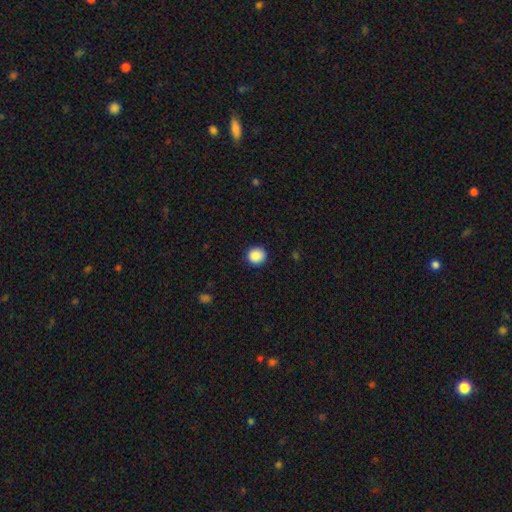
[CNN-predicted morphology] Q: Smooth or featured?
A: smooth (89%); runner-up: star or artifact (9%)
Q: How rounded?
A: round (92%); runner-up: in between (7%)
Q: Merging?
A: none (91%); runner-up: minor disturbance (6%)